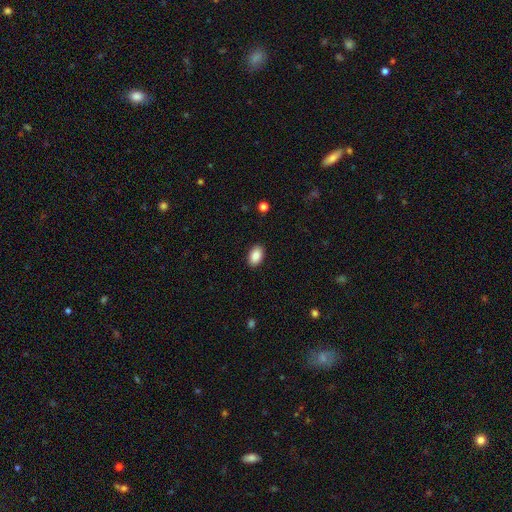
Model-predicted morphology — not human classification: smooth 89%, star or artifact 7%, featured or disk 4%. Down the decision tree: how rounded — in between (91%); merging — none (90%).